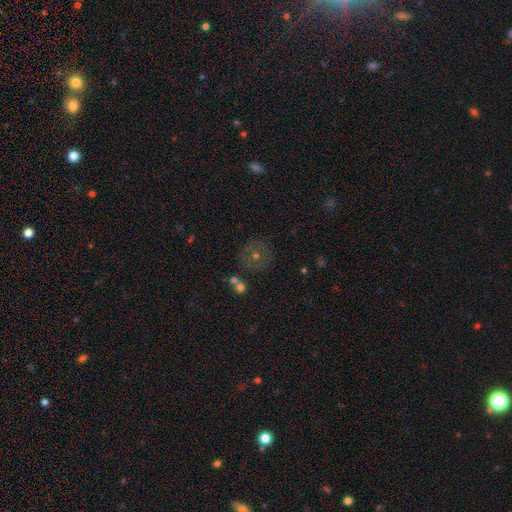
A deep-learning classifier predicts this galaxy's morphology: This appears to be a smooth galaxy with no disk features (47%). Merging: none (79%).